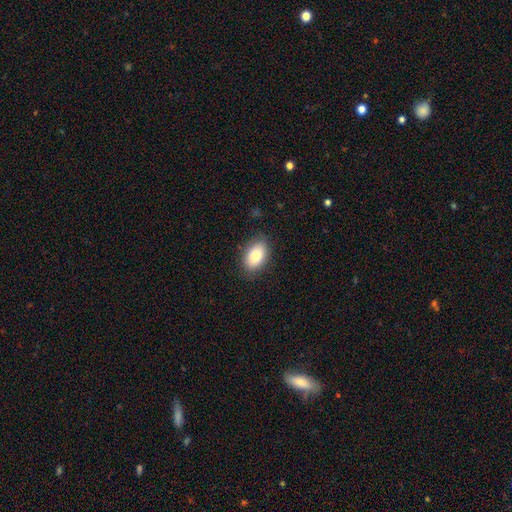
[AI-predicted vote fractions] Smooth or featured: smooth — 82% (featured or disk — 10%)
How rounded: in between — 90% (round — 9%)
Merging: none — 84% (minor disturbance — 12%)